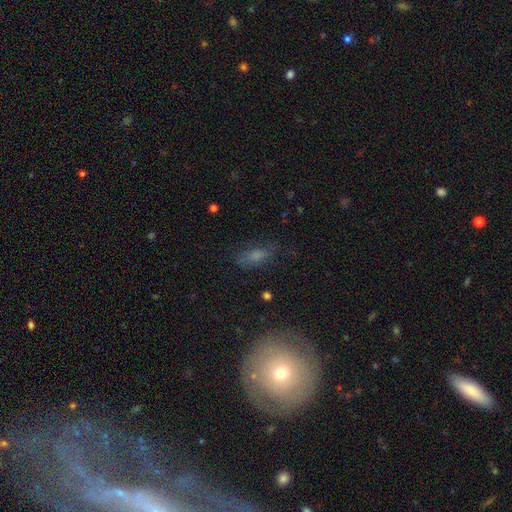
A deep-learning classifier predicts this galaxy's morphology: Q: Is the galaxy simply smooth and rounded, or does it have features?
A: smooth — 61%.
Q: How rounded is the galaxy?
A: in between — 72%.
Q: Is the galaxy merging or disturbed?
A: none — 67%.